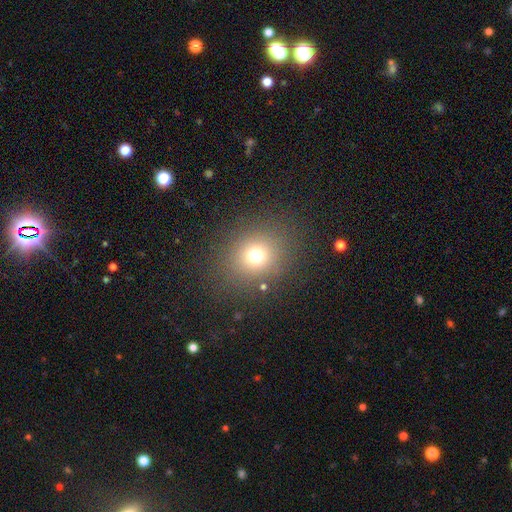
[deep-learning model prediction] This is likely a smooth galaxy (70%). How rounded: clearly round (80%). Merging: clearly none (84%).